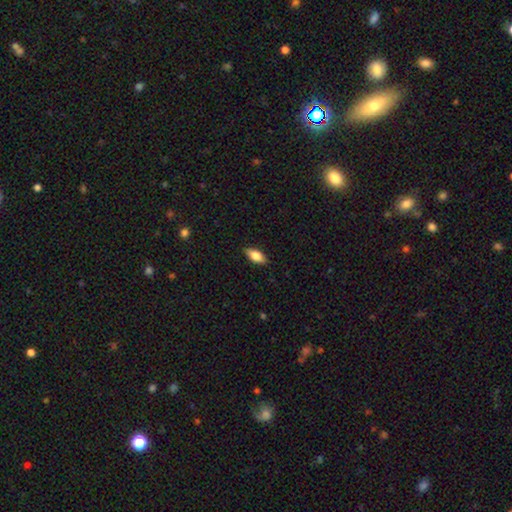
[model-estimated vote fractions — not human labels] The model was most divided on "smooth or featured": smooth: 77%, featured or disk: 17%, star or artifact: 7%. More confident: merging — none (88%); how rounded — in between (84%).